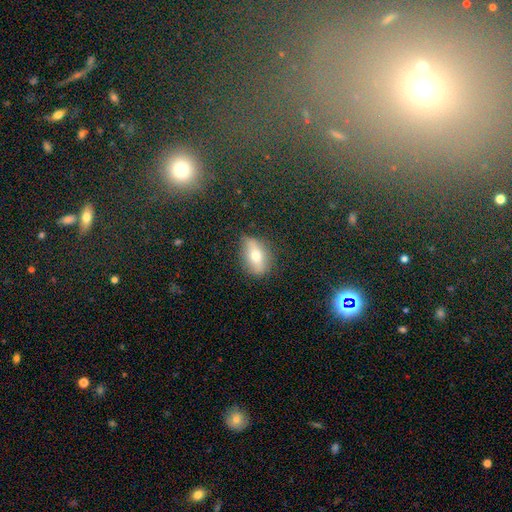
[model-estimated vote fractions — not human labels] The model was most divided on "smooth or featured": smooth: 53%, featured or disk: 37%, star or artifact: 10%. More confident: merging — none (77%); how rounded — in between (75%).